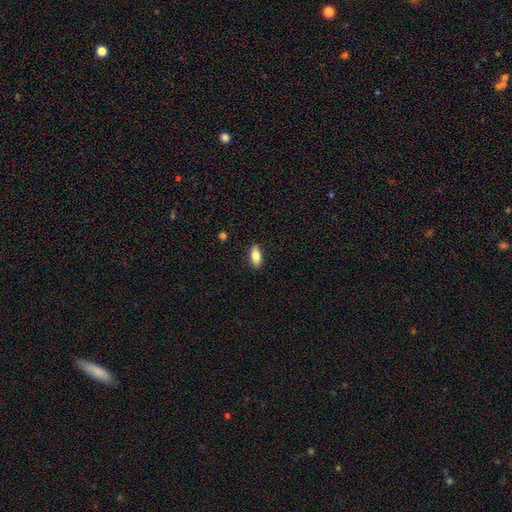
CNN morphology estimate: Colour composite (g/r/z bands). It shows a smooth galaxy with no disk features (81%) that is in between round and cigar-shaped (87%). Merging: none (89%).